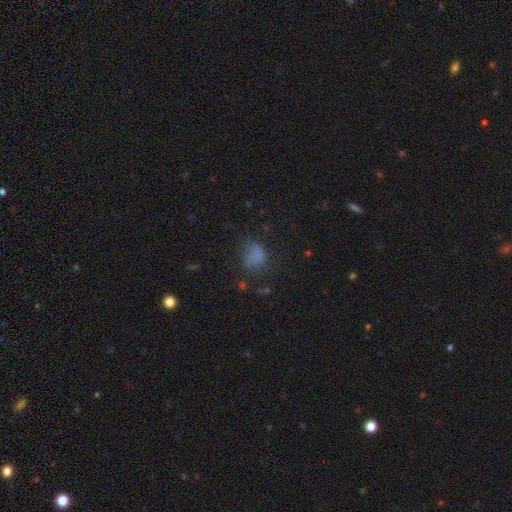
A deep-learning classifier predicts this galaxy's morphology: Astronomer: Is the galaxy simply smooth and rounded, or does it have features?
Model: smooth — 66%.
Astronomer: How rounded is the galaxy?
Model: in between — 64%.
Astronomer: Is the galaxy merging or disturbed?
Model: none — 44% (runner-up: minor disturbance, 26%).